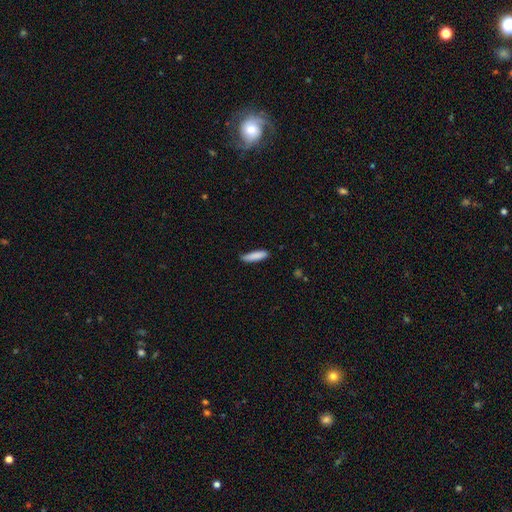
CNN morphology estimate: This appears to be a smooth galaxy with no disk features (87%) that is cigar-shaped (71%). Merging: none (77%).